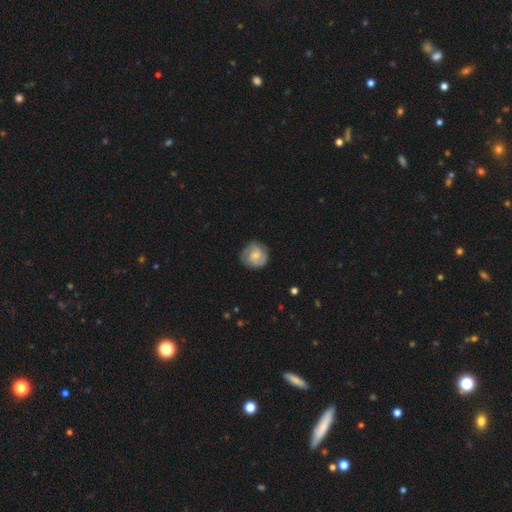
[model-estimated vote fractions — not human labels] This is possibly a smooth galaxy (49%). Merging: likely none (79%).